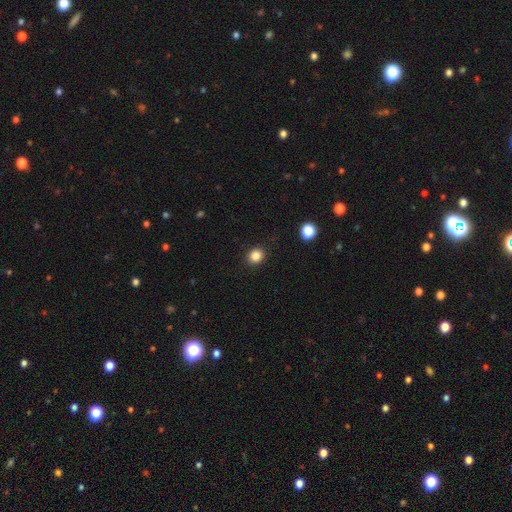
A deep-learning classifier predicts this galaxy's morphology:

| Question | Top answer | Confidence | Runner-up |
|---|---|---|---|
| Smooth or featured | smooth | 85% | star or artifact (11%) |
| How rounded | round | 72% | in between (27%) |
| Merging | none | 90% | minor disturbance (7%) |